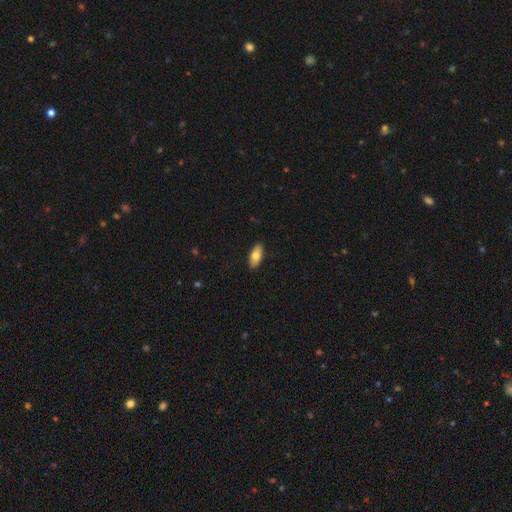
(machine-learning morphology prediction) Q: Smooth or featured?
A: smooth (75%); runner-up: featured or disk (19%)
Q: How rounded?
A: in between (86%); runner-up: cigar-shaped (12%)
Q: Merging?
A: none (90%); runner-up: minor disturbance (7%)